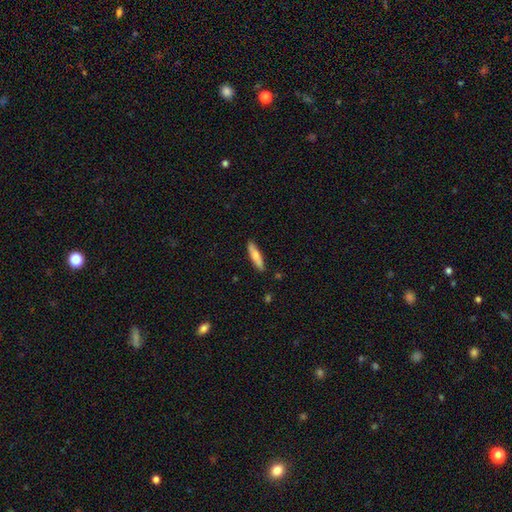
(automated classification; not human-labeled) Smooth or featured? smooth (69%)
How rounded? cigar-shaped (76%)
Merging? none (88%)